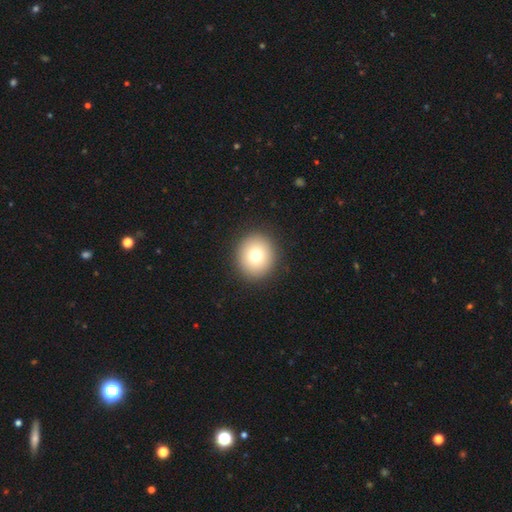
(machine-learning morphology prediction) Smooth or featured? smooth (78%)
How rounded? round (88%)
Merging? none (92%)